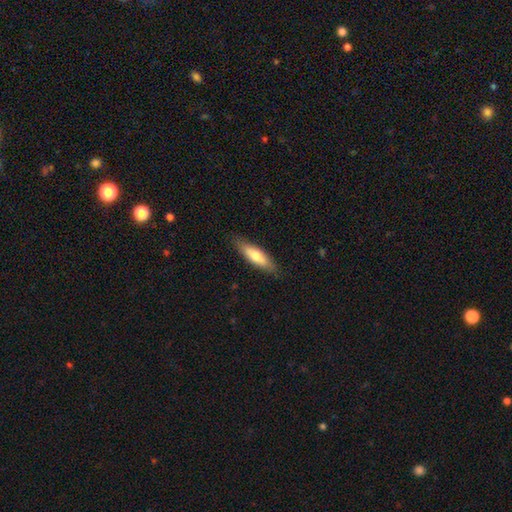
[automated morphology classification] A smooth galaxy with no disk features (67%) that is cigar-shaped (60%). Merging: none (85%).